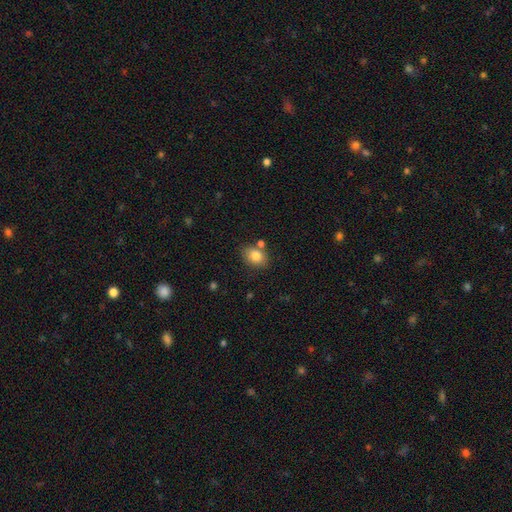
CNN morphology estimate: type=smooth (81%); roundness=in between (65%); merging=none (73%).